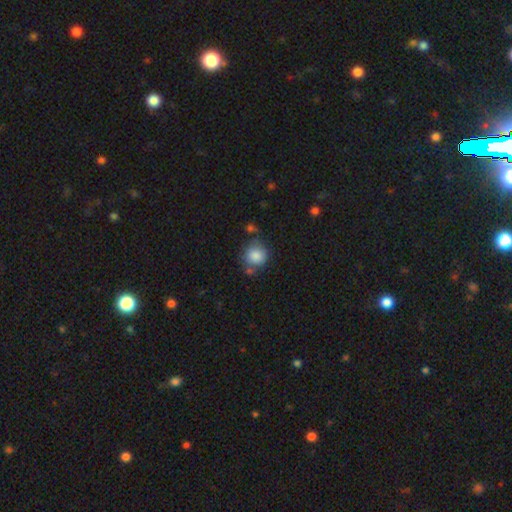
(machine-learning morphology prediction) This is clearly a smooth galaxy (85%). How rounded: clearly round (87%). Merging: likely none (65%).